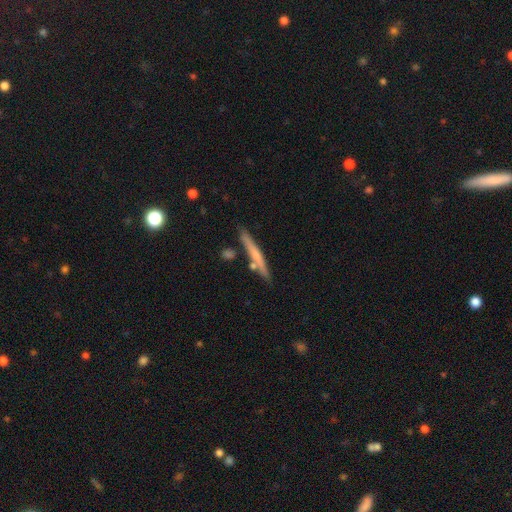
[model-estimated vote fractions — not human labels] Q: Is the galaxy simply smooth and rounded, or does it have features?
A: smooth — 49%.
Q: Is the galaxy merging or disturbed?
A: none — 81%.